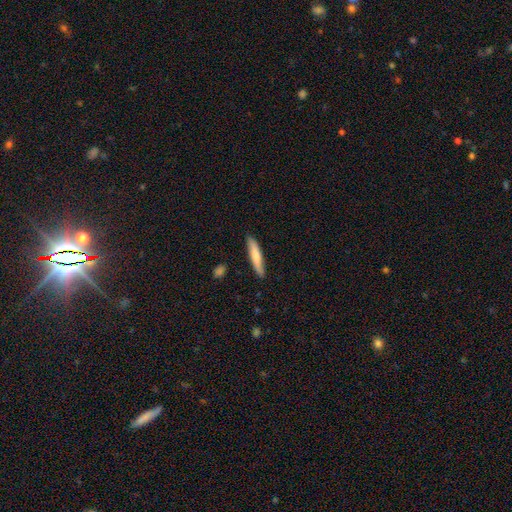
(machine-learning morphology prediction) Smooth or featured: smooth — 70% (featured or disk — 24%)
How rounded: cigar-shaped — 88% (in between — 10%)
Merging: none — 85% (minor disturbance — 11%)